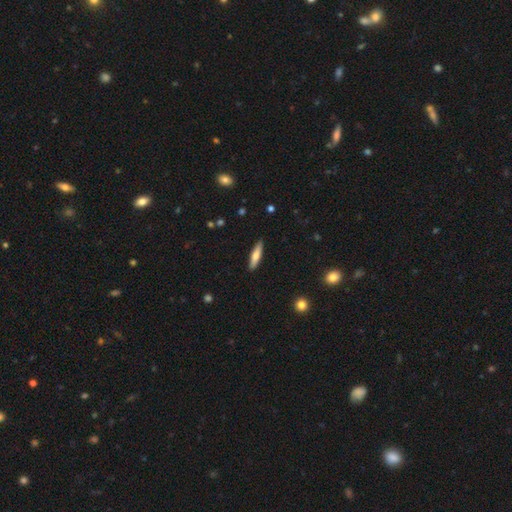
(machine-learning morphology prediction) The model was most divided on "smooth or featured": smooth: 67%, featured or disk: 27%, star or artifact: 6%. More confident: merging — none (89%); how rounded — cigar-shaped (77%).